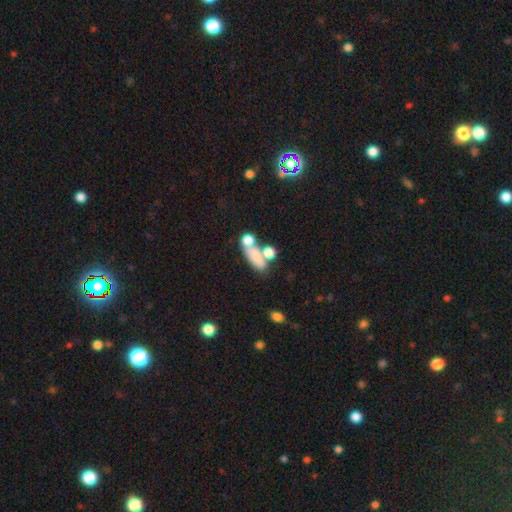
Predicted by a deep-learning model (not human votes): A smooth galaxy with no disk features (68%) that is in between round and cigar-shaped (68%). Merging: merger (39%).